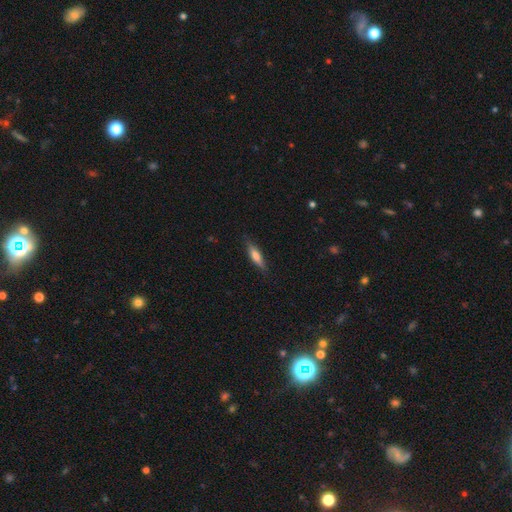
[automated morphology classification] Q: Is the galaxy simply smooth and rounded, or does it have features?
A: smooth — 61%.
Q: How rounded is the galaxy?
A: cigar-shaped — 72%.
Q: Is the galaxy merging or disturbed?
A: none — 84%.